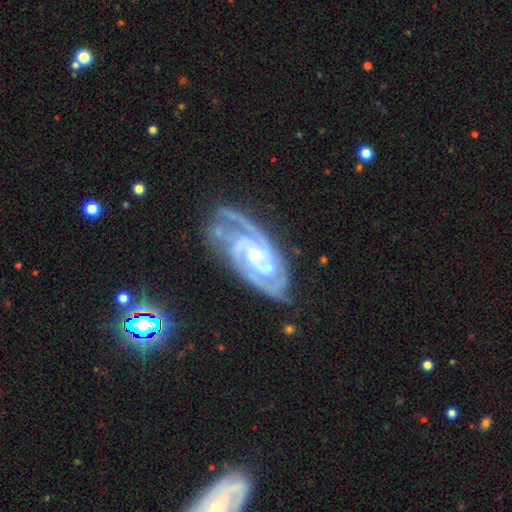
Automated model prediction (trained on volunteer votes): The model was most divided on "spiral arm count": 3: 40%, 2: 29%, 4: 12%, can't tell: 10%, more than 4: 4%, 1: 4%. More confident: spiral arms — yes (98%); edge-on disk — no (96%); smooth or featured — featured or disk (92%); merging — none (68%); spiral winding — tight (64%); bulge size — small (61%); bar — no (55%).